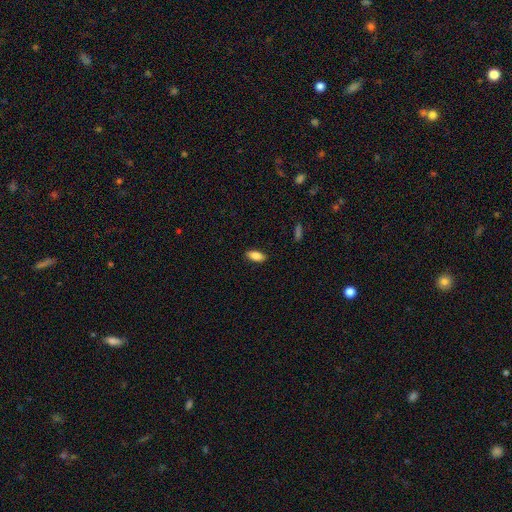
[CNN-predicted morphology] Overall: smooth (85%). How rounded: in between (85%). Merging: none (88%).